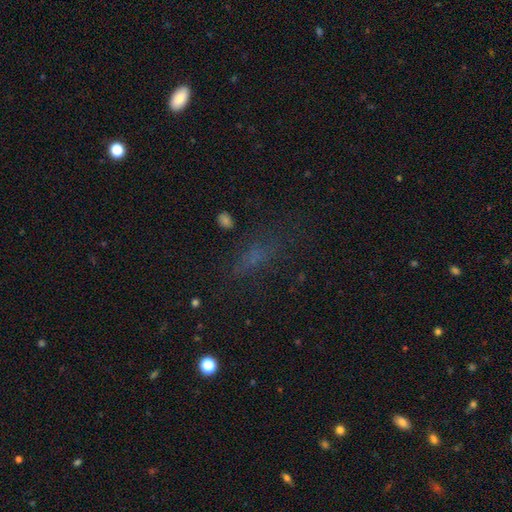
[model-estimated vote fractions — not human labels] The model was most divided on "smooth or featured": smooth: 54%, star or artifact: 30%, featured or disk: 17%. More confident: merging — none (59%); how rounded — in between (58%).